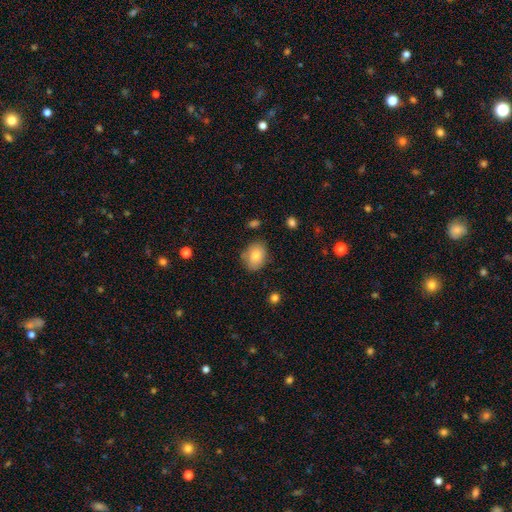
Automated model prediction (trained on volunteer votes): Overall: smooth (81%). How rounded: in between (65%; round 34%). Merging: none (75%).